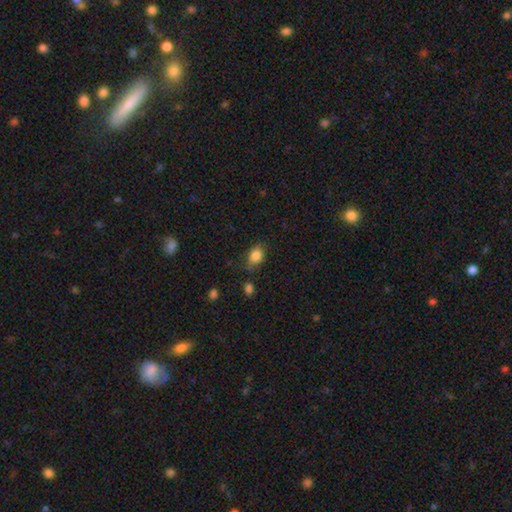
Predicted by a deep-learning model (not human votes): Smooth or featured: smooth — 85% (star or artifact — 9%)
How rounded: in between — 69% (round — 30%)
Merging: none — 73% (minor disturbance — 19%)